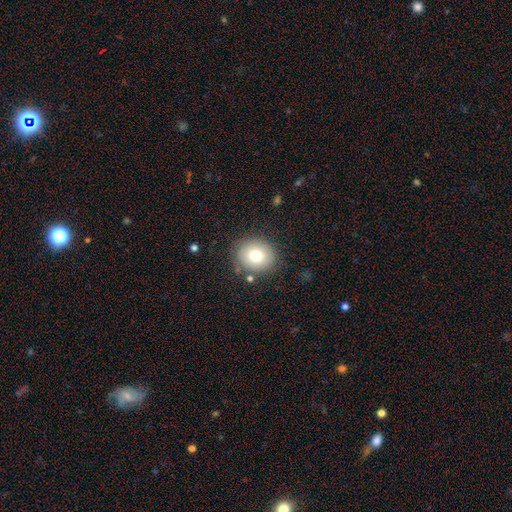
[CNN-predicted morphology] Smooth or featured?
  - smooth: 77% *
  - featured or disk: 13%
  - star or artifact: 10%
How rounded?
  - round: 74% *
  - in between: 26%
  - cigar-shaped: 1%
Merging?
  - none: 83% *
  - minor disturbance: 11%
  - major disturbance: 4%
  - merger: 3%